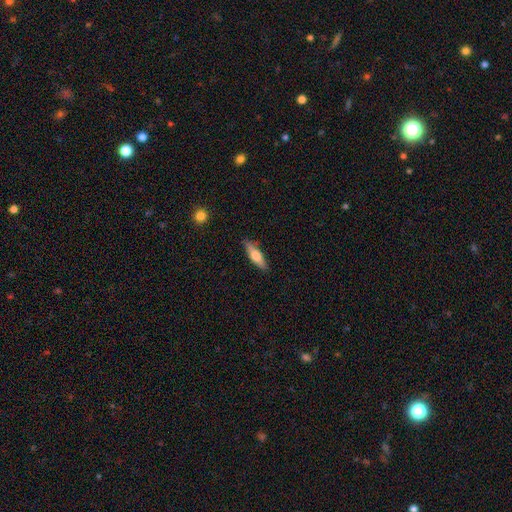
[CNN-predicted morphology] Smooth or featured? Predicted: smooth (p=0.53). How rounded? Predicted: cigar-shaped (p=0.67). Merging? Predicted: none (p=0.87).